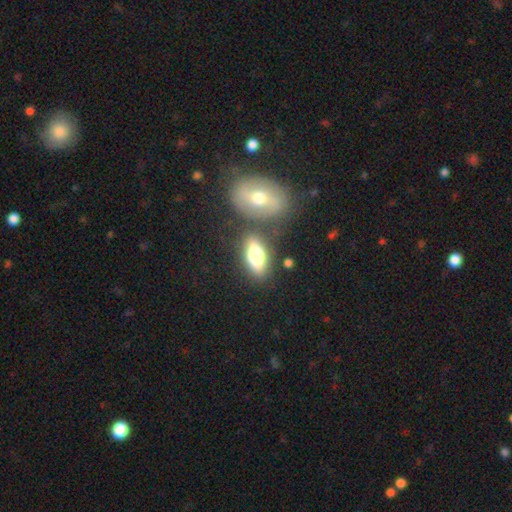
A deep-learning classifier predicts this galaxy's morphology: This appears to be a smooth galaxy with no disk features (63%) that is in between round and cigar-shaped (78%). Merging: none (72%).